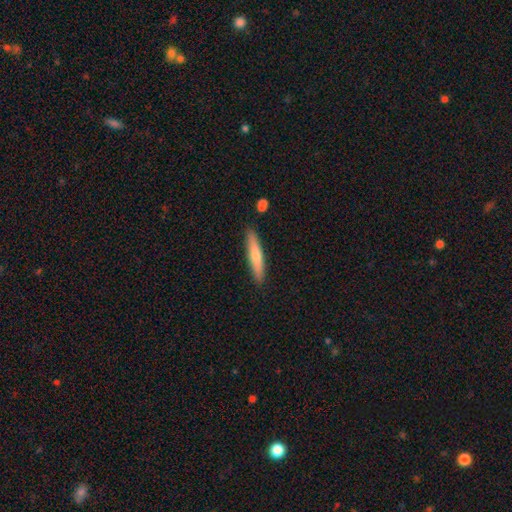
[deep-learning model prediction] A smooth galaxy with no disk features (65%) that is cigar-shaped (89%). Merging: none (88%).